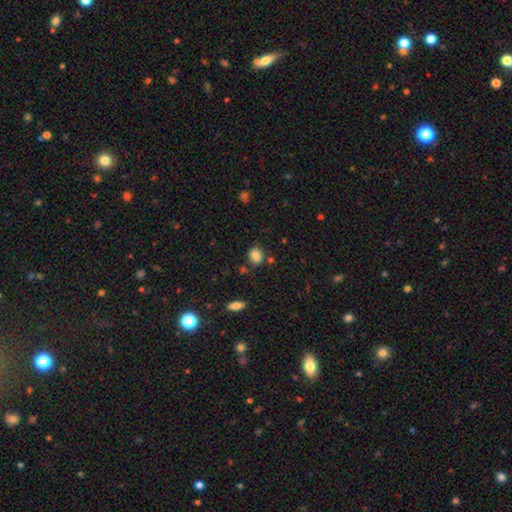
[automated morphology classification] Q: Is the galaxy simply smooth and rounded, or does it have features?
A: smooth — 84%.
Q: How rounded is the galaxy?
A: round — 53%.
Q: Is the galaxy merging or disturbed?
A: none — 76%.